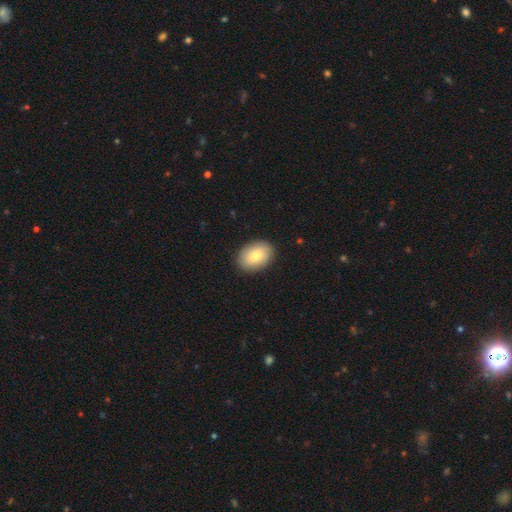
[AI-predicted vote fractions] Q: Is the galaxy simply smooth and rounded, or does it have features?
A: smooth — 81%.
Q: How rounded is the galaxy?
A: in between — 84%.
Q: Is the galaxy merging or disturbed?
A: none — 89%.